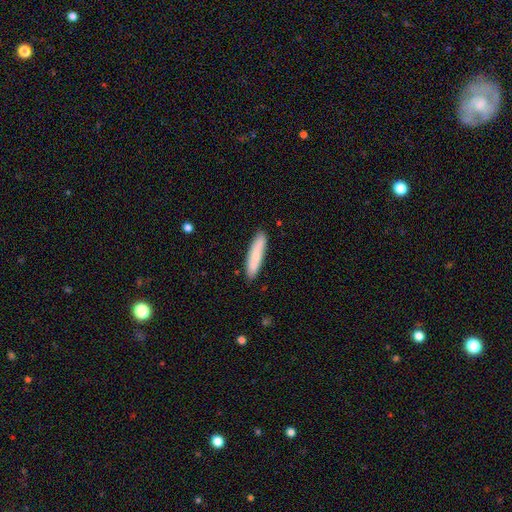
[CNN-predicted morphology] Smooth or featured? Predicted: smooth (p=0.78). How rounded? Predicted: cigar-shaped (p=0.82). Merging? Predicted: none (p=0.87).